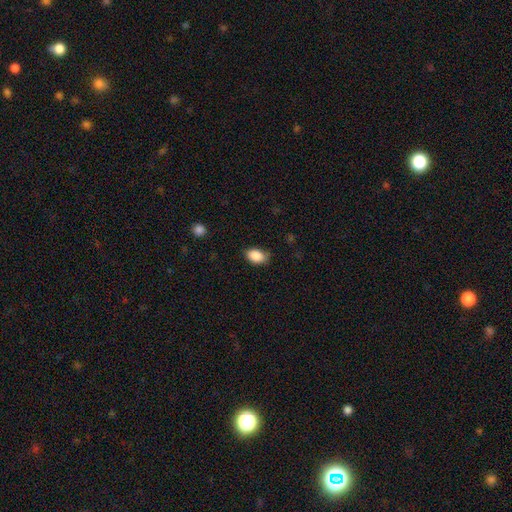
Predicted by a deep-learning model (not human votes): This is clearly a smooth galaxy (88%). How rounded: clearly in between (87%). Merging: likely none (76%).